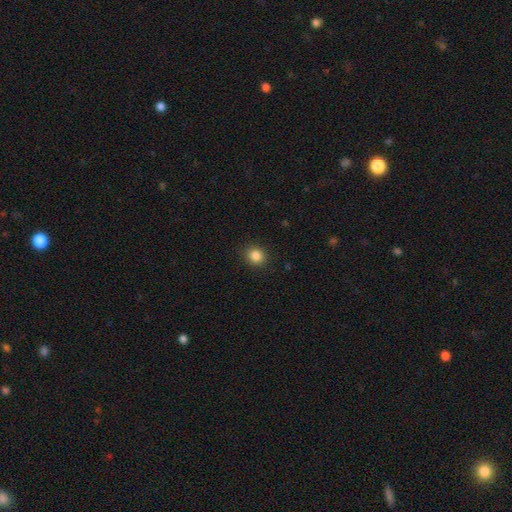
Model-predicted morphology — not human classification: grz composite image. It shows a smooth galaxy with no disk features (85%) that is round (78%). Merging: none (90%).